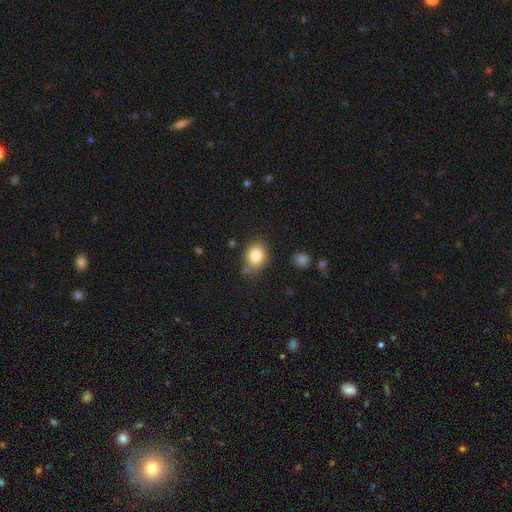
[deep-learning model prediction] Smooth or featured? smooth (82%)
How rounded? in between (53%)
Merging? none (74%)